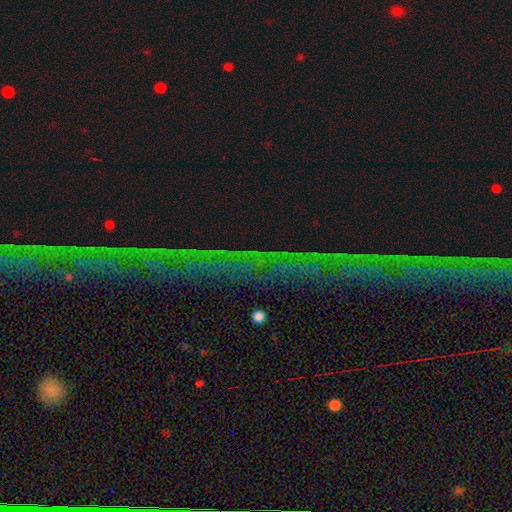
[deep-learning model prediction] Smooth or featured? Predicted: star or artifact (p=0.78).